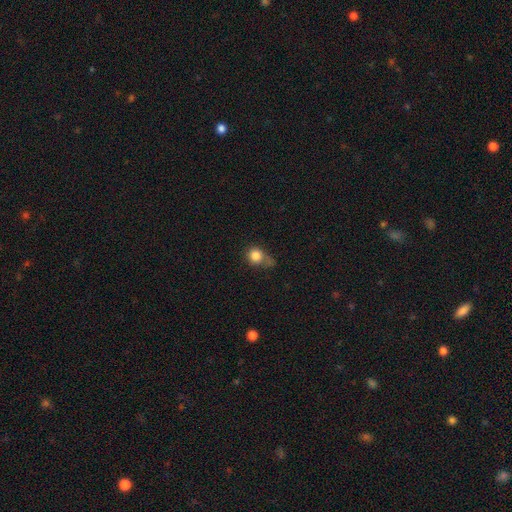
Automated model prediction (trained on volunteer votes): A smooth galaxy with no disk features (82%) that is round (80%).

Vote fractions:
- Smooth or featured? smooth: 82% / star or artifact: 10% / featured or disk: 7%
- How rounded? round: 80% / in between: 18% / cigar-shaped: 1%
- Merging? none: 41% / minor disturbance: 28% / major disturbance: 19% / merger: 12%